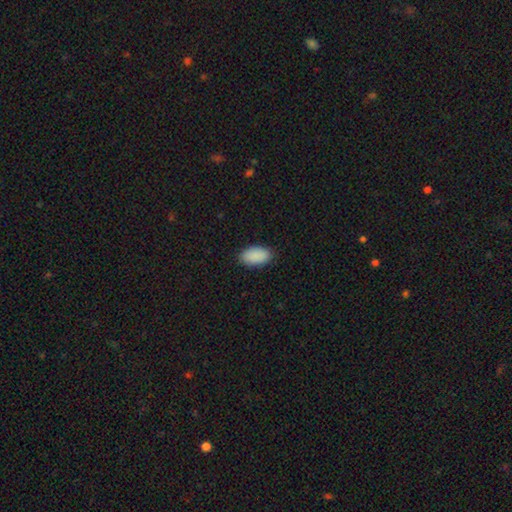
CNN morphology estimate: smooth 91%, star or artifact 6%, featured or disk 3%. Down the decision tree: how rounded — in between (95%); merging — none (88%).